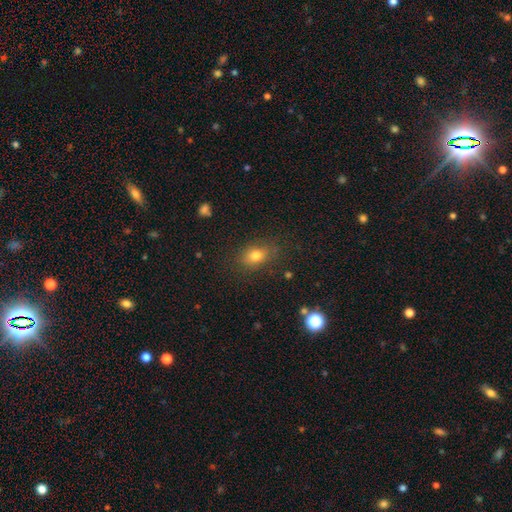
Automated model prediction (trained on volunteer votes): smooth 78%, star or artifact 13%, featured or disk 9%. Down the decision tree: how rounded — in between (69%); merging — none (80%).